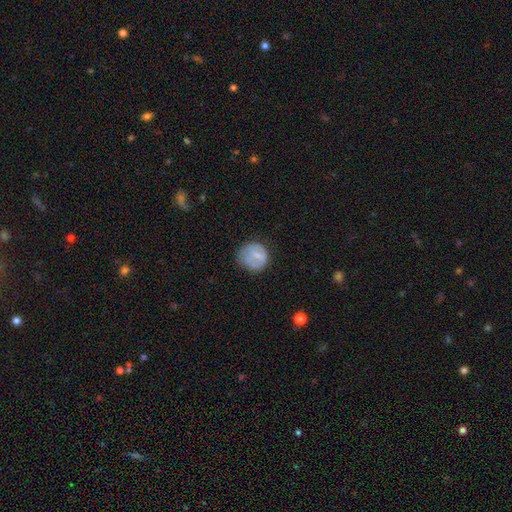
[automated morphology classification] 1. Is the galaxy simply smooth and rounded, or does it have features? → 67% smooth, 25% featured or disk, 8% star or artifact.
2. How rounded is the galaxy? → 82% round, 17% in between, 1% cigar-shaped.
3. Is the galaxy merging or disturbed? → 57% none, 28% minor disturbance, 13% major disturbance, 2% merger.